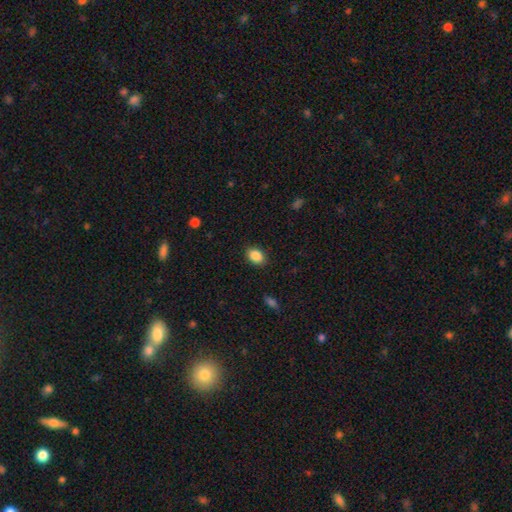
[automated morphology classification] smooth 88%, star or artifact 8%, featured or disk 4%. Down the decision tree: how rounded — in between (76%); merging — none (87%).